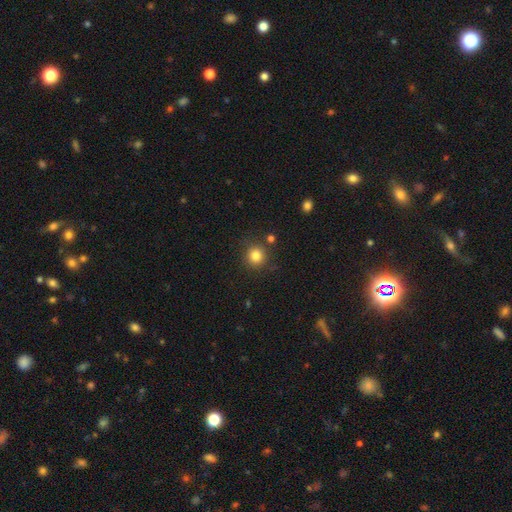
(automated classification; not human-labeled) Smooth or featured? Predicted: smooth (p=0.82). How rounded? Predicted: round (p=0.93). Merging? Predicted: none (p=0.84).